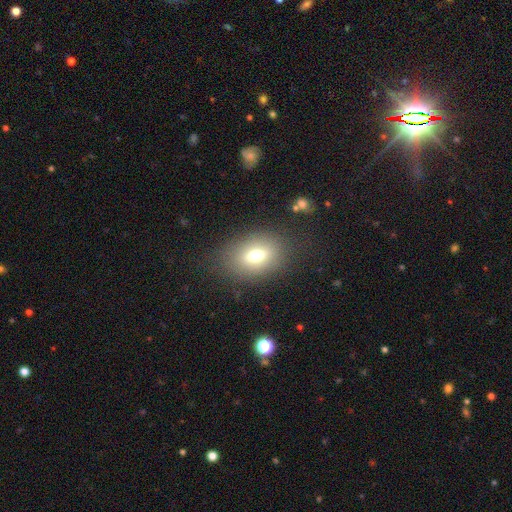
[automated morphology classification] Smooth or featured? smooth (70%)
How rounded? in between (77%)
Merging? none (78%)